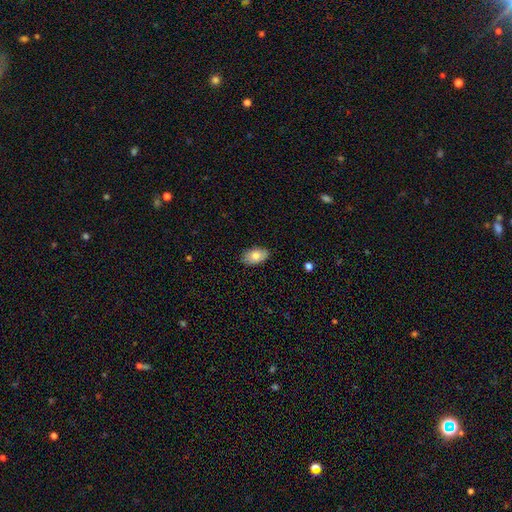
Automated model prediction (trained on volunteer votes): A smooth galaxy with no disk features (78%) that is in between round and cigar-shaped (93%).

Vote fractions:
- Smooth or featured? smooth: 78% / featured or disk: 15% / star or artifact: 7%
- How rounded? in between: 93% / round: 5% / cigar-shaped: 2%
- Merging? none: 86% / minor disturbance: 11% / major disturbance: 2% / merger: 1%